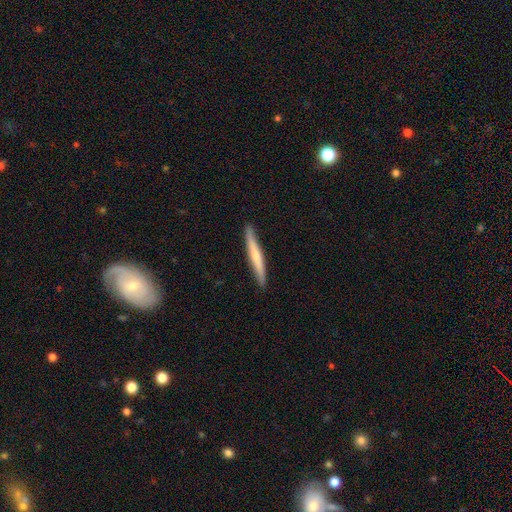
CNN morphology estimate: Overall: smooth (51%; featured or disk 44%). How rounded: cigar-shaped (96%). Merging: none (90%).